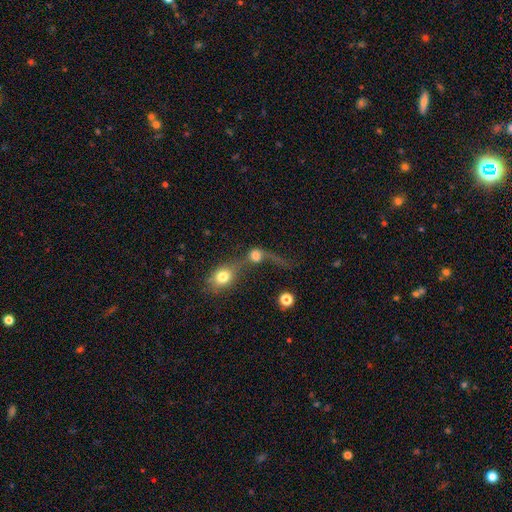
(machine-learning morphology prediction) A smooth galaxy with no disk features (63%) that is round (65%). Merging: merger (61%).